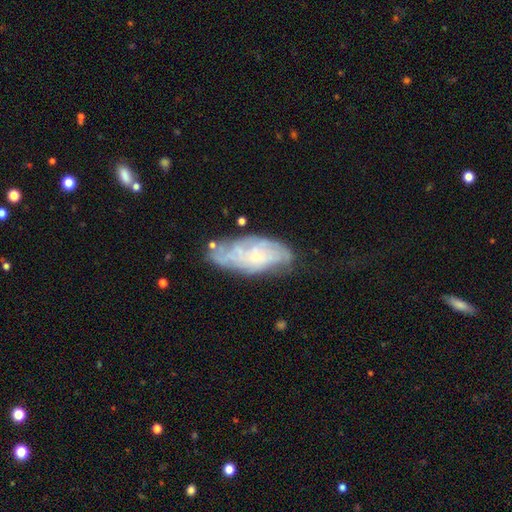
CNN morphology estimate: A featured or disk galaxy (67%) with no bar (81%), spiral arms (76%) and a small central bulge (76%).

Vote fractions:
- Smooth or featured? featured or disk: 67% / smooth: 25% / star or artifact: 7%
- Edge-on disk? no: 90% / yes: 10%
- Bar? no: 81% / weak: 16% / strong: 3%
- Spiral arms? yes: 76% / no: 24%
- Bulge size? small: 76% / moderate: 19% / none: 3% / large: 1% / dominant: 1%
- Merging? none: 59% / minor disturbance: 27% / major disturbance: 10% / merger: 4%